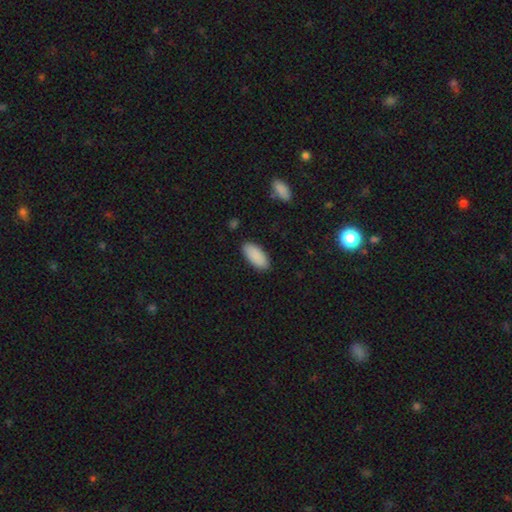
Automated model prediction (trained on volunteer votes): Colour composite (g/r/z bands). It shows a smooth galaxy with no disk features (90%) that is in between round and cigar-shaped (90%). Merging: none (88%).